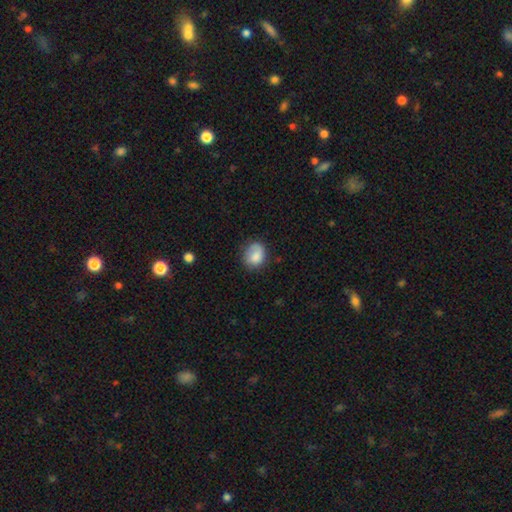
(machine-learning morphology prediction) This appears to be a smooth galaxy with no disk features (82%) that is round (61%). Merging: none (64%).